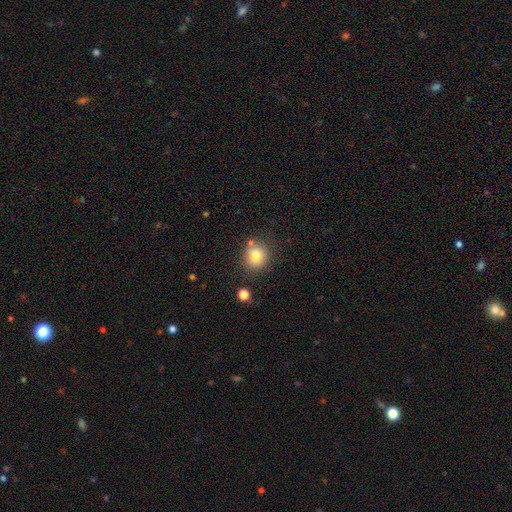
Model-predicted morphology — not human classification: smooth 80%, star or artifact 11%, featured or disk 9%. Down the decision tree: how rounded — round (85%); merging — none (76%).